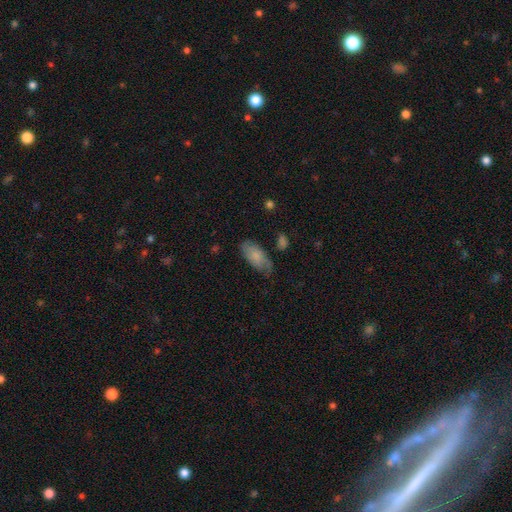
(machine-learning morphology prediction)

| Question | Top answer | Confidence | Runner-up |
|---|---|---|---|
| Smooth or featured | smooth | 78% | featured or disk (16%) |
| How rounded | in between | 90% | cigar-shaped (8%) |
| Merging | none | 61% | minor disturbance (29%) |